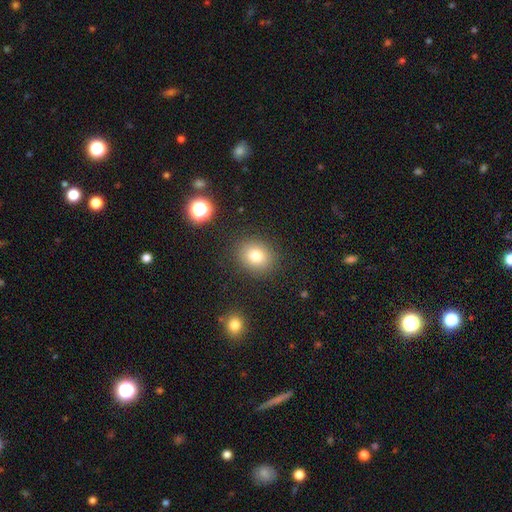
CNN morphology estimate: A smooth galaxy with no disk features (79%) that is round (66%).

Vote fractions:
- Smooth or featured? smooth: 79% / star or artifact: 12% / featured or disk: 9%
- How rounded? round: 66% / in between: 33% / cigar-shaped: 1%
- Merging? none: 87% / minor disturbance: 8% / major disturbance: 3% / merger: 2%